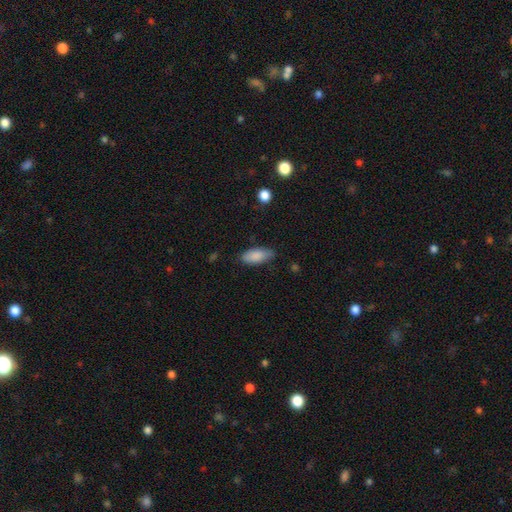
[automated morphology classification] smooth-or-featured: smooth: 86% | featured or disk: 7% | star or artifact: 6%
  how-rounded: in between: 86% | cigar-shaped: 12% | round: 2%
  merging: none: 75% | minor disturbance: 20% | major disturbance: 4% | merger: 1%